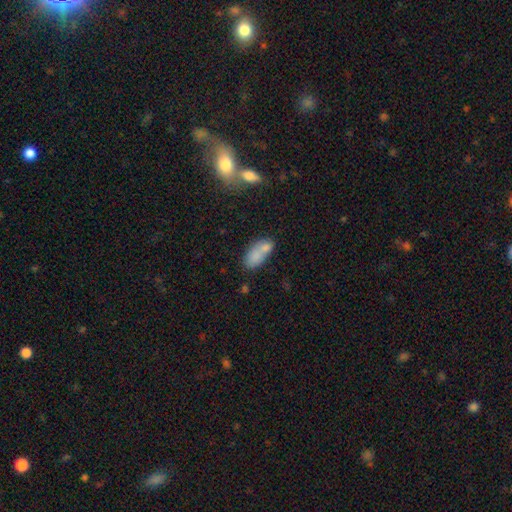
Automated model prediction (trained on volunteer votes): smooth-or-featured: smooth: 76% | featured or disk: 15% | star or artifact: 9%
  how-rounded: in between: 88% | cigar-shaped: 6% | round: 5%
  merging: merger: 40% | none: 37% | minor disturbance: 16% | major disturbance: 7%